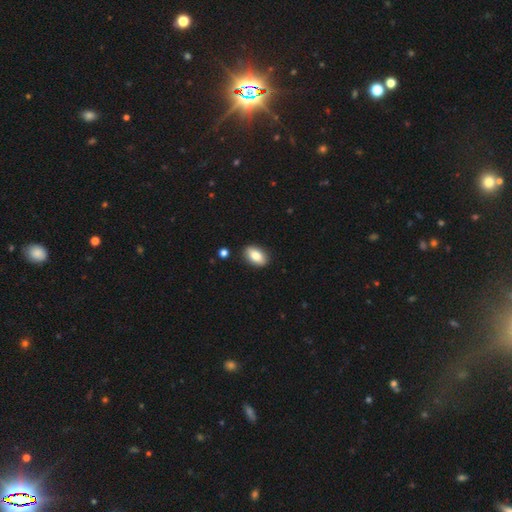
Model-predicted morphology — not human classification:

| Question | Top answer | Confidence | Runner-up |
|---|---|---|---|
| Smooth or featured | smooth | 82% | featured or disk (11%) |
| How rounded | in between | 91% | round (6%) |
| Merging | none | 88% | minor disturbance (8%) |